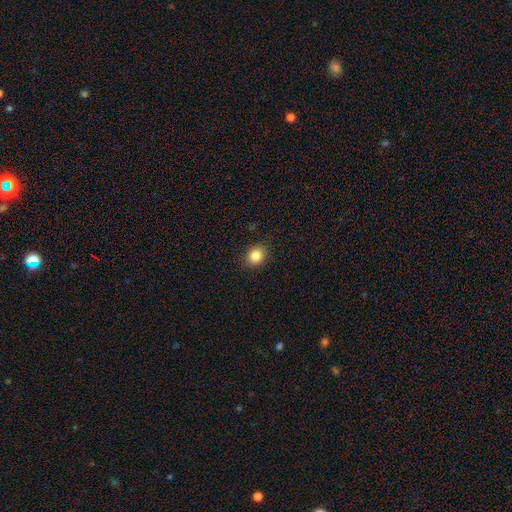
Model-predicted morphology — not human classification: Overall: smooth (84%). How rounded: round (63%; in between 36%). Merging: none (88%).